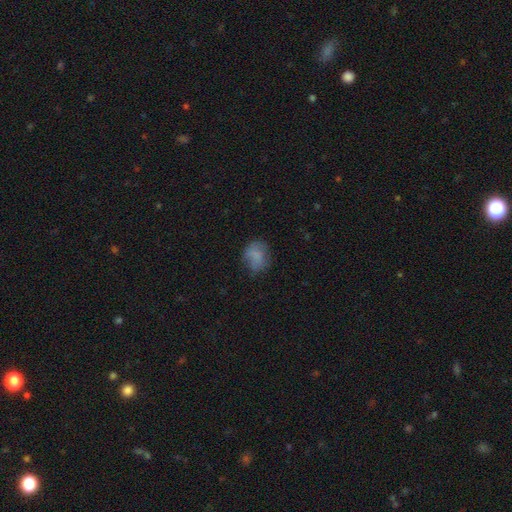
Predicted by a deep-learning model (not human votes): Q: Smooth or featured?
A: smooth (72%); runner-up: featured or disk (17%)
Q: How rounded?
A: round (62%); runner-up: in between (36%)
Q: Merging?
A: none (60%); runner-up: minor disturbance (25%)